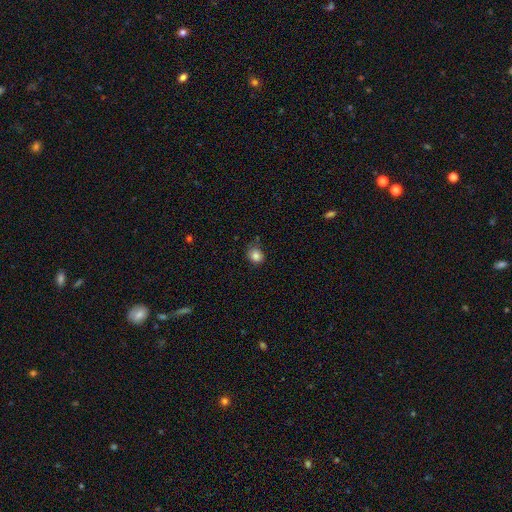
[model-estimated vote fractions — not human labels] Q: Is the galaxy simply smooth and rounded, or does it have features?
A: smooth — 84%.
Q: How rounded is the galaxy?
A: round — 72%.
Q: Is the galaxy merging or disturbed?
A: none — 72%.